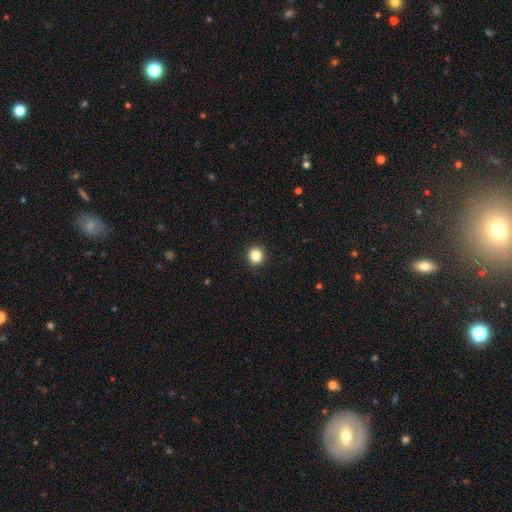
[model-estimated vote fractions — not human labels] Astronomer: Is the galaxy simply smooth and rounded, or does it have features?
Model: smooth — 85%.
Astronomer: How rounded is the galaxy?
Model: round — 89%.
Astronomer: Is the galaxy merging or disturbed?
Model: none — 92%.